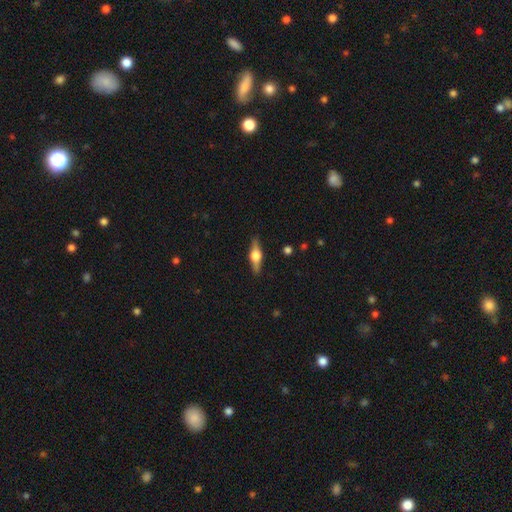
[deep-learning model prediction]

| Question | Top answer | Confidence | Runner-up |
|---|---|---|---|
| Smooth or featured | featured or disk | 66% | smooth (28%) |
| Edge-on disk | yes | 96% | no (4%) |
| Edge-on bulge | rounded | 94% | boxy (5%) |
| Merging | none | 88% | minor disturbance (9%) |